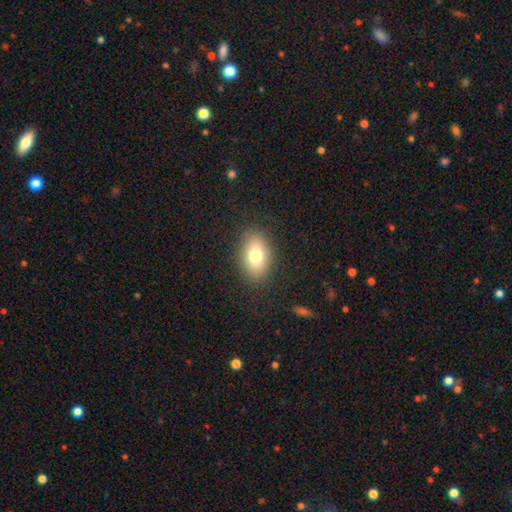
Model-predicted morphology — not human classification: A smooth galaxy with no disk features (76%) that is in between round and cigar-shaped (83%).

Vote fractions:
- Smooth or featured? smooth: 76% / featured or disk: 14% / star or artifact: 10%
- How rounded? in between: 83% / round: 15% / cigar-shaped: 2%
- Merging? none: 85% / minor disturbance: 10% / major disturbance: 4% / merger: 1%